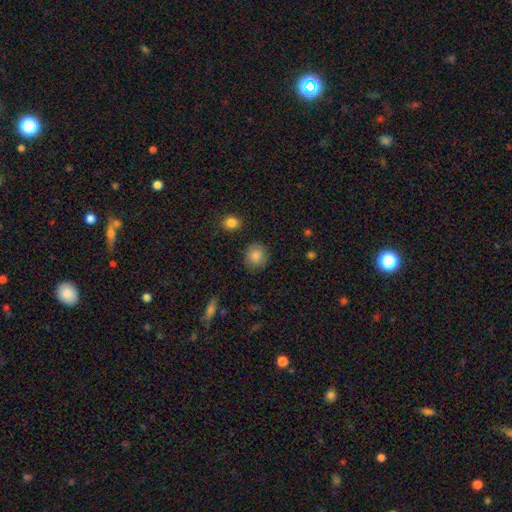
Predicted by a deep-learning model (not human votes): This is clearly a smooth galaxy (84%). How rounded: clearly round (86%). Merging: clearly none (86%).